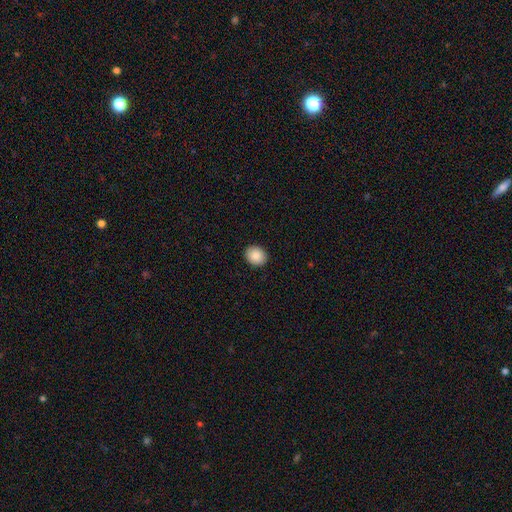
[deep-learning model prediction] smooth-or-featured: smooth: 87% | star or artifact: 8% | featured or disk: 5%
  how-rounded: round: 64% | in between: 35% | cigar-shaped: 1%
  merging: none: 92% | minor disturbance: 6% | major disturbance: 2% | merger: 1%